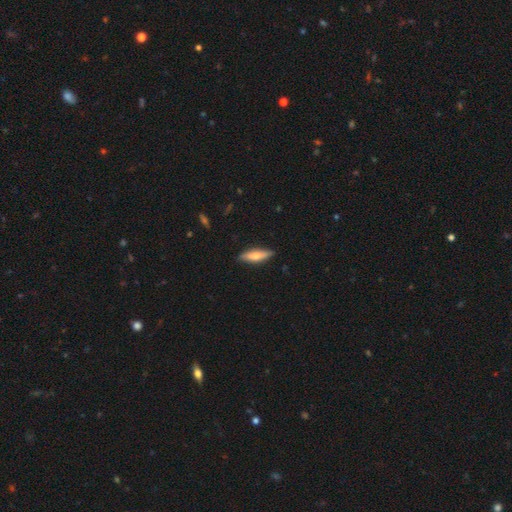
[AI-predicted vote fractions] A smooth galaxy with no disk features (64%) that is cigar-shaped (61%). Merging: none (84%).